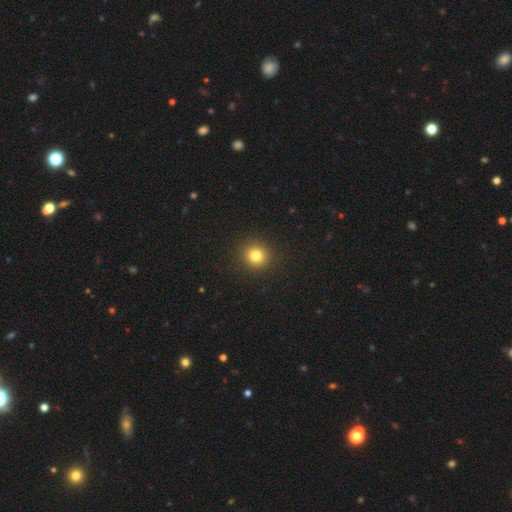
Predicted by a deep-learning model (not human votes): smooth-or-featured: smooth: 80% | star or artifact: 14% | featured or disk: 6%
  how-rounded: round: 93% | in between: 7% | cigar-shaped: 1%
  merging: none: 92% | minor disturbance: 5% | major disturbance: 2% | merger: 1%